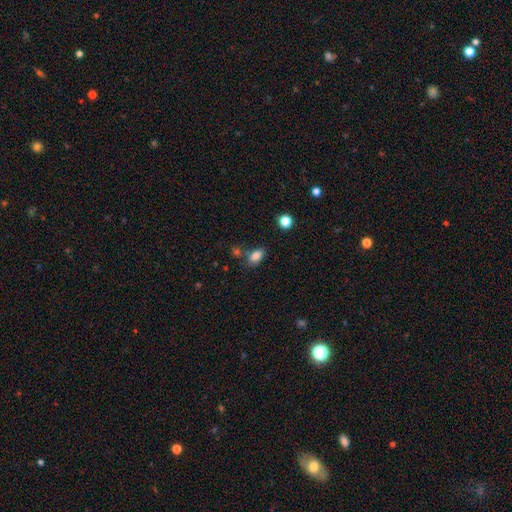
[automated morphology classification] The model was most divided on "merging": none: 67%, minor disturbance: 16%, merger: 12%, major disturbance: 5%. More confident: how rounded — in between (88%); smooth or featured — smooth (84%).